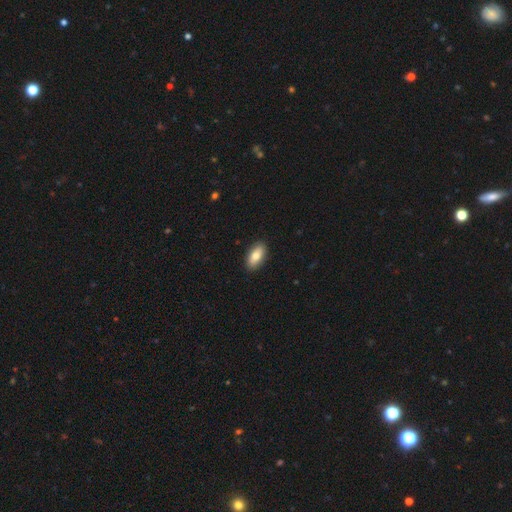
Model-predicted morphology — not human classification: Overall: smooth (80%). How rounded: in between (92%). Merging: none (90%).